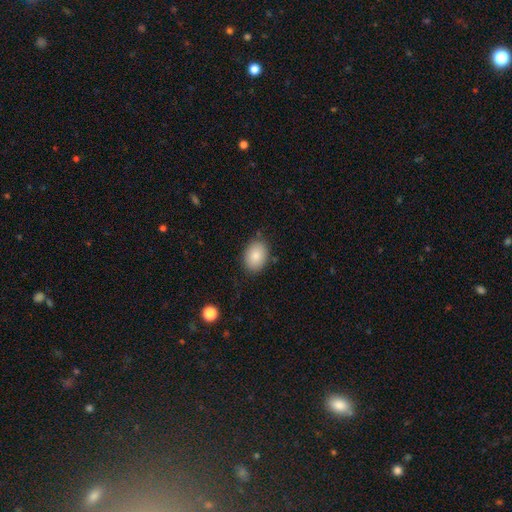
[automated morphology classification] Smooth or featured?
  - smooth: 86% *
  - star or artifact: 7%
  - featured or disk: 7%
How rounded?
  - in between: 75% *
  - round: 24%
  - cigar-shaped: 1%
Merging?
  - none: 82% *
  - minor disturbance: 13%
  - major disturbance: 3%
  - merger: 2%